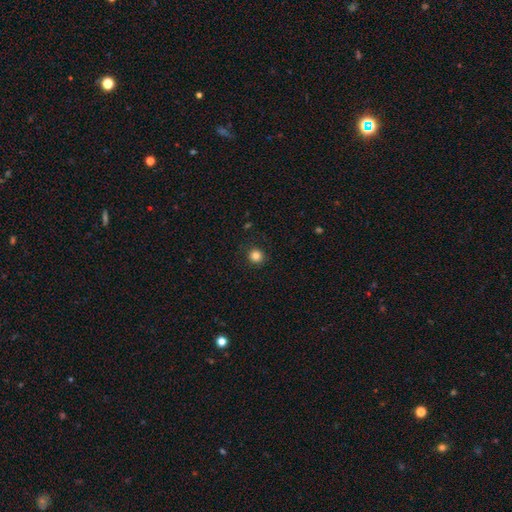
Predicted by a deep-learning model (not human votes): smooth 84%, star or artifact 12%, featured or disk 4%. Down the decision tree: how rounded — round (94%); merging — none (90%).